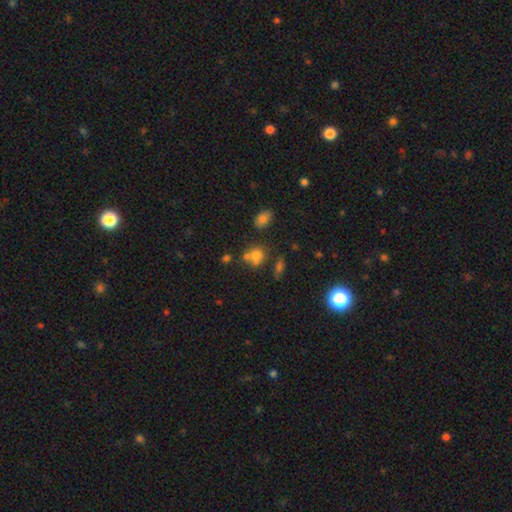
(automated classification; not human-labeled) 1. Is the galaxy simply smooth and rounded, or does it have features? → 71% smooth, 16% star or artifact, 14% featured or disk.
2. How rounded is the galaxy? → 61% round, 37% in between, 1% cigar-shaped.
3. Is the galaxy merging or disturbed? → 44% none, 34% merger, 14% minor disturbance, 7% major disturbance.